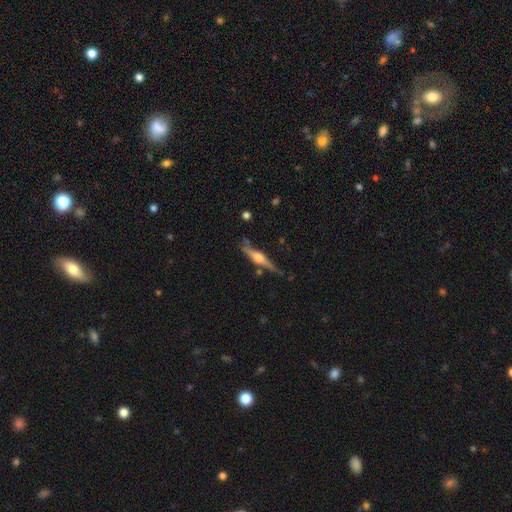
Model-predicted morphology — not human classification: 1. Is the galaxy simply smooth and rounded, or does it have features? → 78% featured or disk, 16% smooth, 6% star or artifact.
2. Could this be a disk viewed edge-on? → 97% yes, 3% no.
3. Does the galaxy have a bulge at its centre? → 89% rounded, 8% boxy, 3% none.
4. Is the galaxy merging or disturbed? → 78% none, 15% minor disturbance, 4% merger, 3% major disturbance.